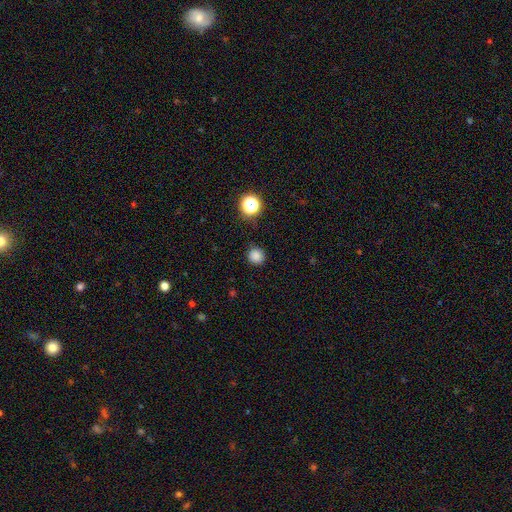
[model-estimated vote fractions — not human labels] smooth-or-featured: smooth: 82% | star or artifact: 14% | featured or disk: 3%
  how-rounded: round: 92% | in between: 7% | cigar-shaped: 1%
  merging: none: 87% | minor disturbance: 9% | major disturbance: 3% | merger: 2%